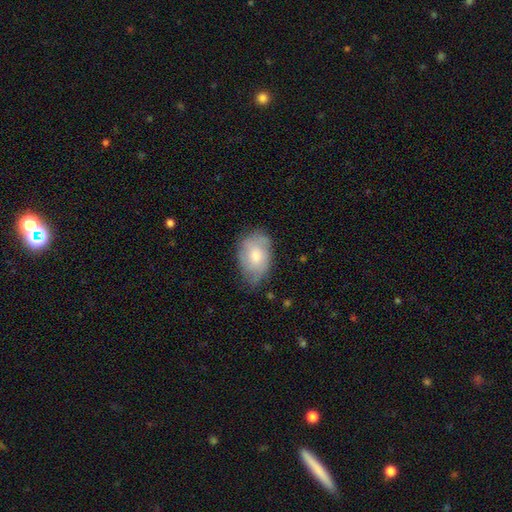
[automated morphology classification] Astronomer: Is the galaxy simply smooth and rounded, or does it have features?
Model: smooth — 54% (runner-up: featured or disk, 39%).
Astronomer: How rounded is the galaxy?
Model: in between — 83%.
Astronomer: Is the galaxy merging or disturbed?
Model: none — 56% (runner-up: minor disturbance, 33%).